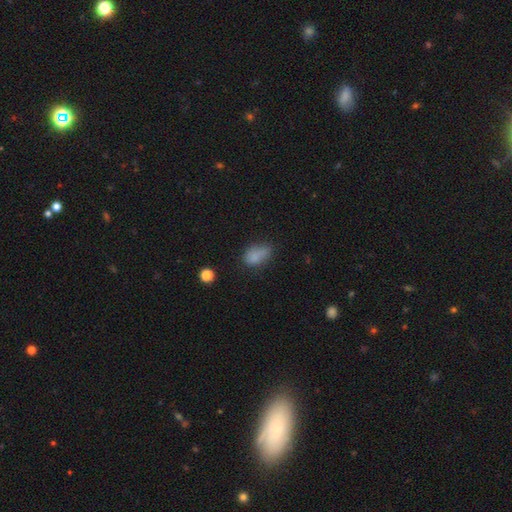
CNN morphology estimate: smooth 80%, star or artifact 12%, featured or disk 8%. Down the decision tree: how rounded — in between (86%); merging — none (50%).